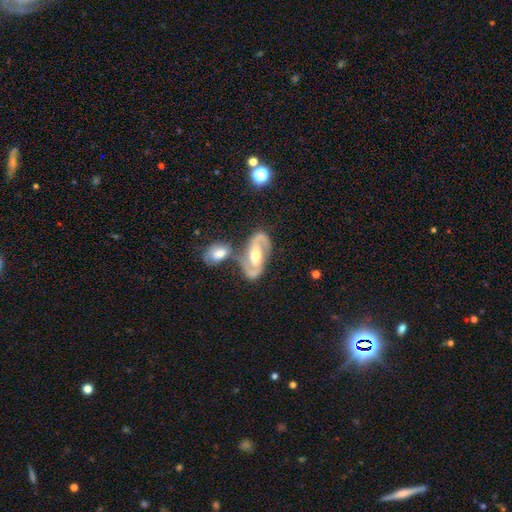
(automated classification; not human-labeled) This appears to be a featured or disk galaxy (84%) with a weak bar (39%), 2 (90%) medium (55%) spiral arms (93%) and a moderate central bulge (73%). Merging: none (51%).